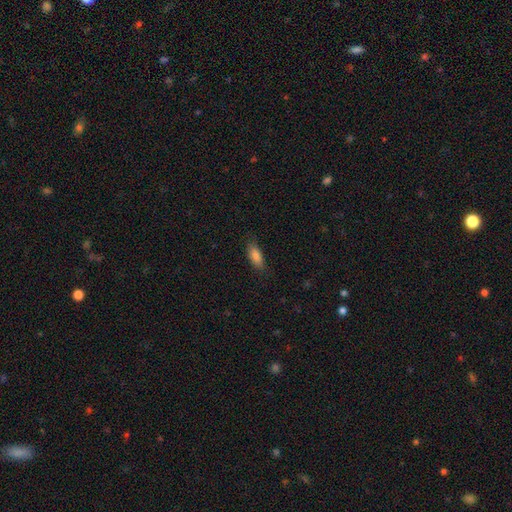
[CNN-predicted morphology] Smooth or featured? Predicted: smooth (p=0.83). How rounded? Predicted: in between (p=0.71). Merging? Predicted: none (p=0.82).